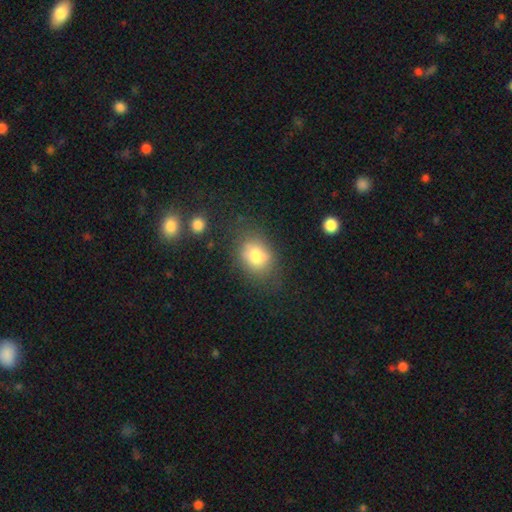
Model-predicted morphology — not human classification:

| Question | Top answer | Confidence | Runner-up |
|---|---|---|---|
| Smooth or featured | smooth | 77% | featured or disk (13%) |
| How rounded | in between | 57% | round (42%) |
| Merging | none | 70% | minor disturbance (19%) |